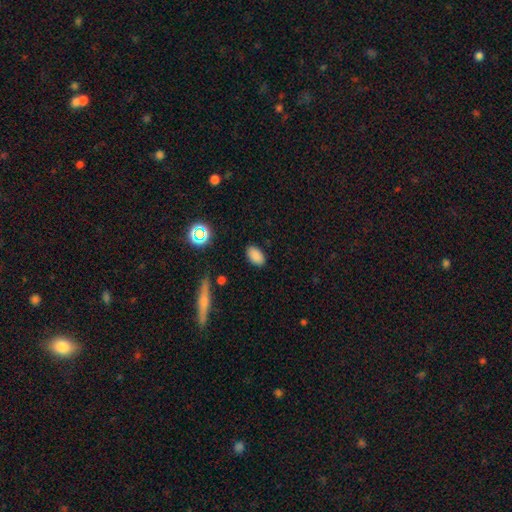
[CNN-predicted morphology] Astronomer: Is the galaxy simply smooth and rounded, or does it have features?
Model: smooth — 84%.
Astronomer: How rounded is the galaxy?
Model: in between — 91%.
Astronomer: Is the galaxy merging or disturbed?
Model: none — 86%.